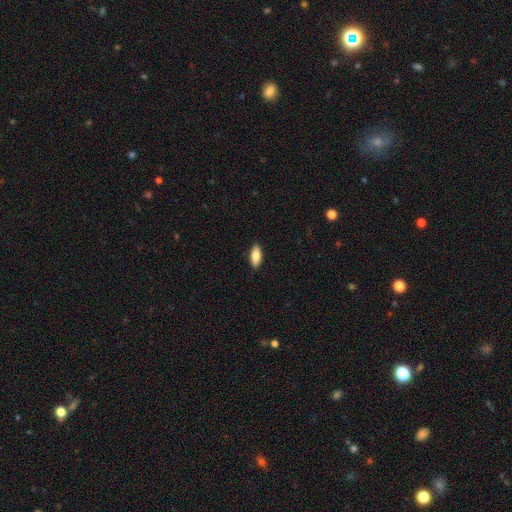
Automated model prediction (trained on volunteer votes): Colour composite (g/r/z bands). It shows a smooth galaxy with no disk features (82%) that is in between round and cigar-shaped (81%). Merging: none (89%).